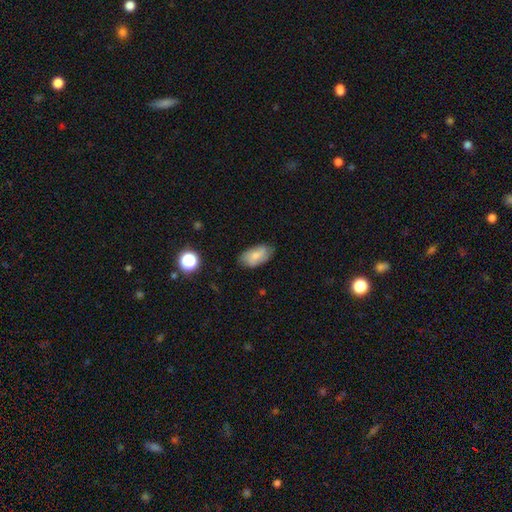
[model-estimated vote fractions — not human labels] Q: Smooth or featured?
A: smooth (73%); runner-up: featured or disk (19%)
Q: How rounded?
A: in between (93%); runner-up: round (4%)
Q: Merging?
A: none (73%); runner-up: minor disturbance (22%)